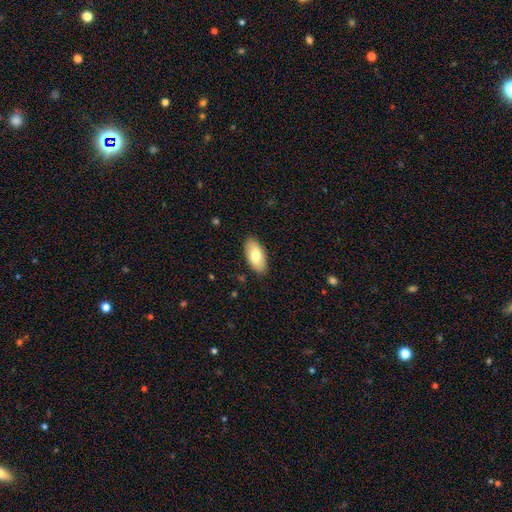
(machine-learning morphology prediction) The model was most divided on "smooth or featured": smooth: 75%, featured or disk: 20%, star or artifact: 6%. More confident: how rounded — in between (92%); merging — none (88%).